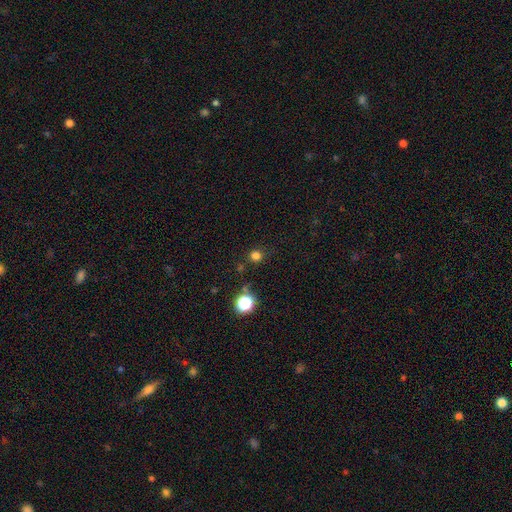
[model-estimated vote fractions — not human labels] Smooth or featured? Predicted: smooth (p=0.76). How rounded? Predicted: round (p=0.89). Merging? Predicted: none (p=0.84).